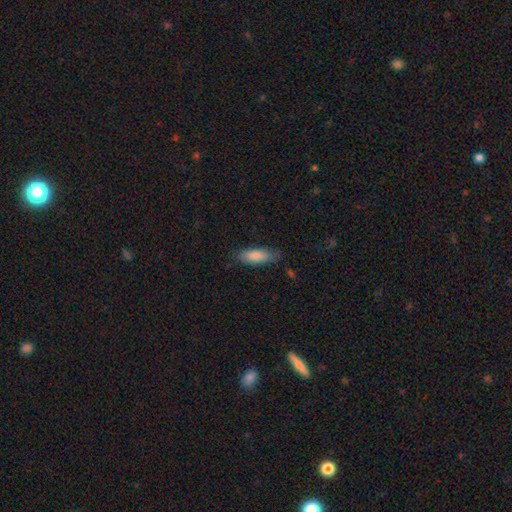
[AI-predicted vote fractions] Smooth or featured? smooth (85%)
How rounded? in between (66%)
Merging? none (76%)